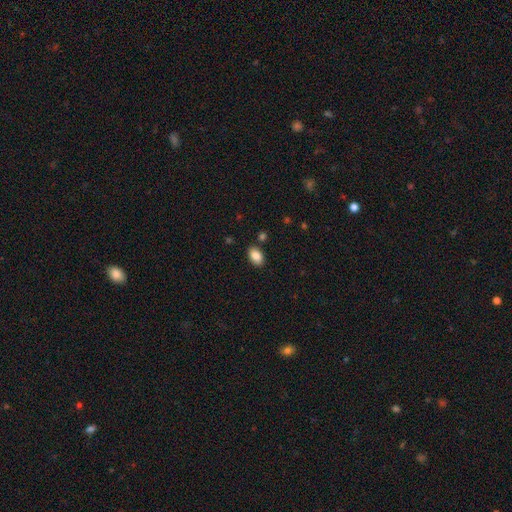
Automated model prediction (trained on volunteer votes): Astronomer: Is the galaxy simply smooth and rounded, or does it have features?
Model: smooth — 86%.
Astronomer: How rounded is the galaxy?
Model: in between — 89%.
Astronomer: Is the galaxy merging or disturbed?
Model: none — 86%.